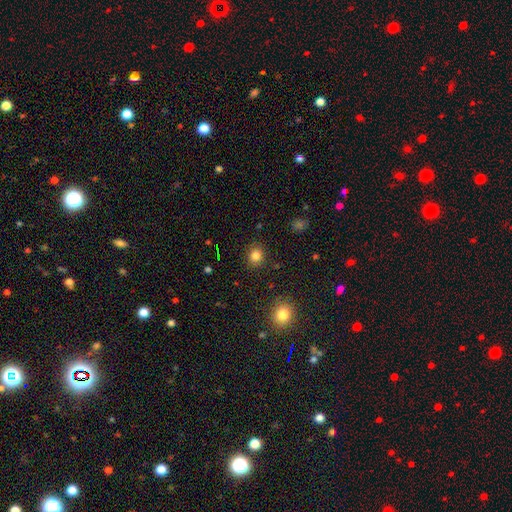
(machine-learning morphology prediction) This is clearly a smooth galaxy (83%). How rounded: likely round (77%). Merging: clearly none (89%).